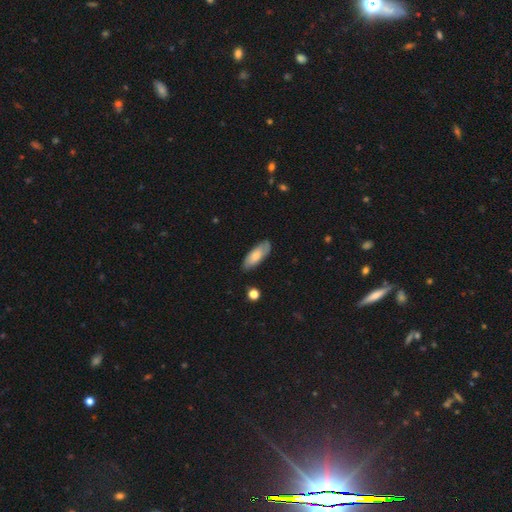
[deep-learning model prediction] smooth_or_featured: smooth (p=0.68) [alt: featured or disk p=0.26]
how_rounded: in between (p=0.75) [alt: cigar-shaped p=0.23]
merging: none (p=0.78) [alt: minor disturbance p=0.17]